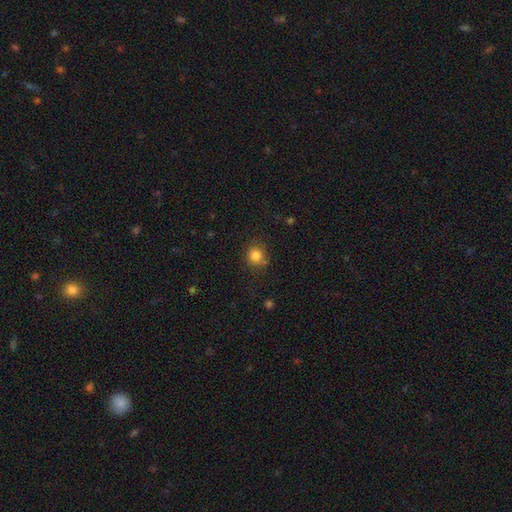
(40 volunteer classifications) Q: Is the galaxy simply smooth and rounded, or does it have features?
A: smooth — 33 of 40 (82%).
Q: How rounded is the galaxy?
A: round — 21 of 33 (64%).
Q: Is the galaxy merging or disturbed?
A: none — 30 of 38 (79%).